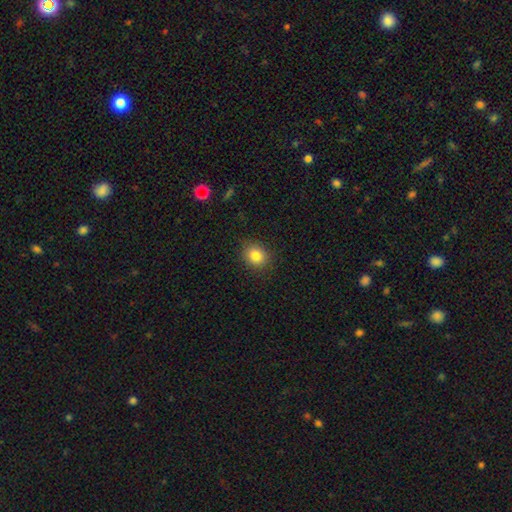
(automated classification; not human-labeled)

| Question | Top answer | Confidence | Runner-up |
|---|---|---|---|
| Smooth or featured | smooth | 83% | star or artifact (11%) |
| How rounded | round | 67% | in between (32%) |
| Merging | none | 87% | minor disturbance (9%) |